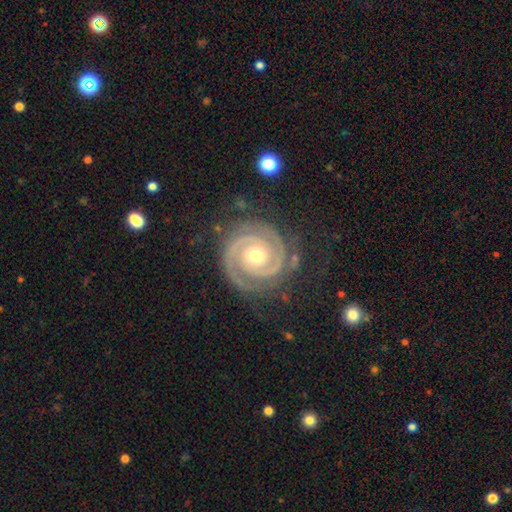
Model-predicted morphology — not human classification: smooth-or-featured: featured or disk: 92% | star or artifact: 5% | smooth: 3%
  disk-edge-on: no: 98% | yes: 2%
    bar: no: 72% | weak: 19% | strong: 9%
    has-spiral-arms: yes: 99% | no: 1%
      spiral-winding: tight: 81% | medium: 17% | loose: 2%
      spiral-arm-count: 2: 88% | 3: 5% | can't tell: 2% | 1: 2% | 4: 1% | more than 4: 1%
    bulge-size: moderate: 64% | small: 32% | large: 3% | none: 1% | dominant: 1%
  merging: none: 83% | minor disturbance: 12% | major disturbance: 4% | merger: 2%